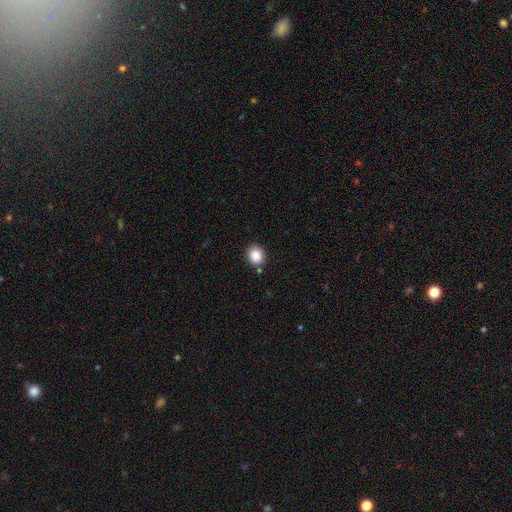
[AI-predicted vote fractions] smooth 87%, star or artifact 10%, featured or disk 4%. Down the decision tree: how rounded — round (70%); merging — none (80%).